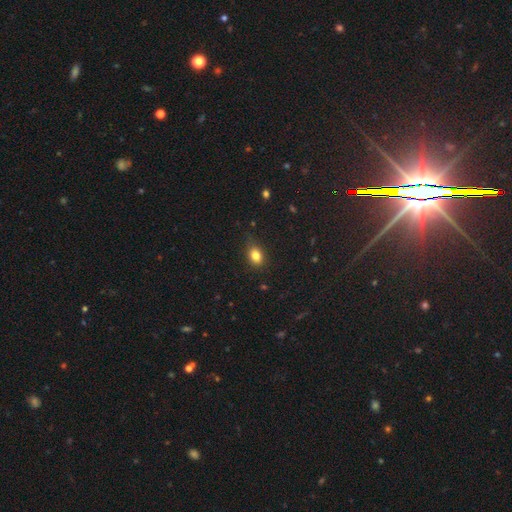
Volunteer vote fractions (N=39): Smooth or featured: smooth — 77% (featured or disk — 15%)
How rounded: in between — 63% (round — 33%)
Merging: none — 72% (minor disturbance — 28%)